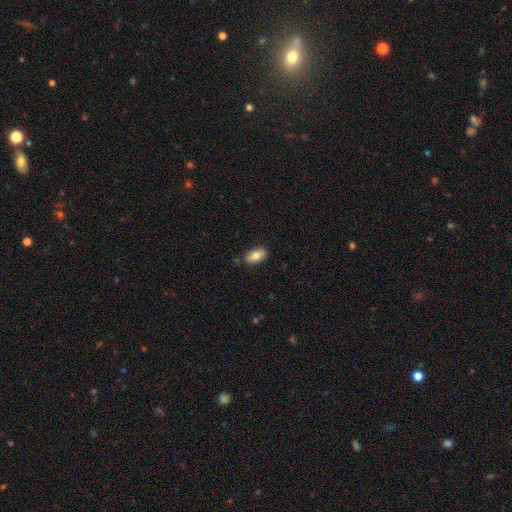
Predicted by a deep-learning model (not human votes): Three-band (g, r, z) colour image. It shows a smooth galaxy with no disk features (82%) that is in between round and cigar-shaped (92%). Merging: none (84%).